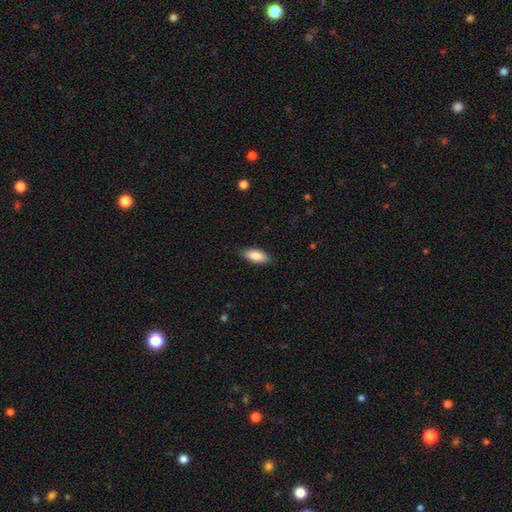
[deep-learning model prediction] Morphology: type=smooth (87%); roundness=in between (82%); merging=none (87%).